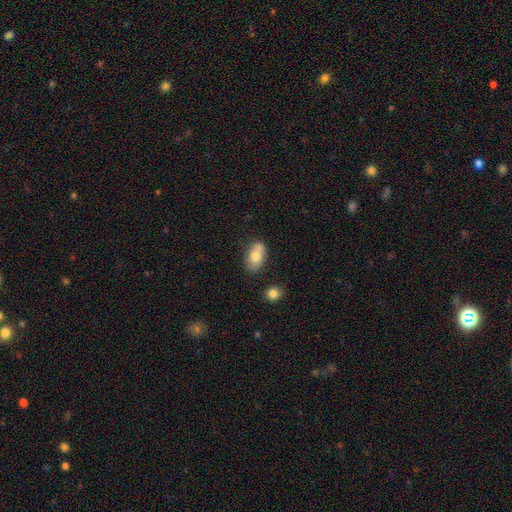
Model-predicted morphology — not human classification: This is likely a smooth galaxy (73%). How rounded: clearly in between (87%). Merging: possibly none (56%).